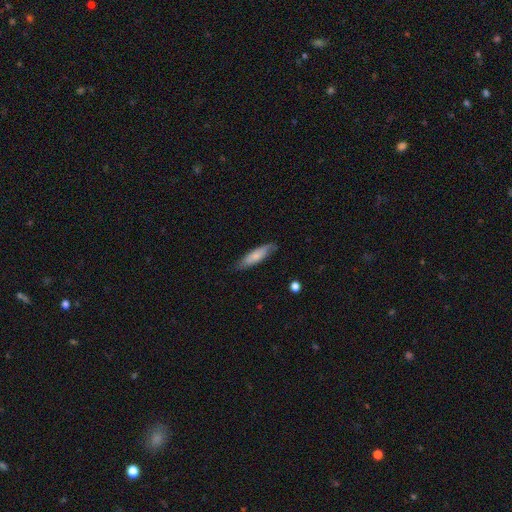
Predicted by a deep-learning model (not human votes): Morphology: type=smooth (70%); roundness=cigar-shaped (64%); merging=none (75%).